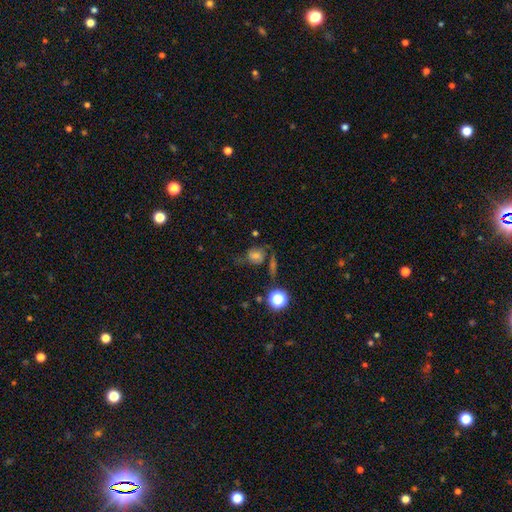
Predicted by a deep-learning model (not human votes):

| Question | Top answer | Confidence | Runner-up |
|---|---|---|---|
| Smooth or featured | smooth | 48% | featured or disk (32%) |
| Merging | none | 45% | minor disturbance (22%) |